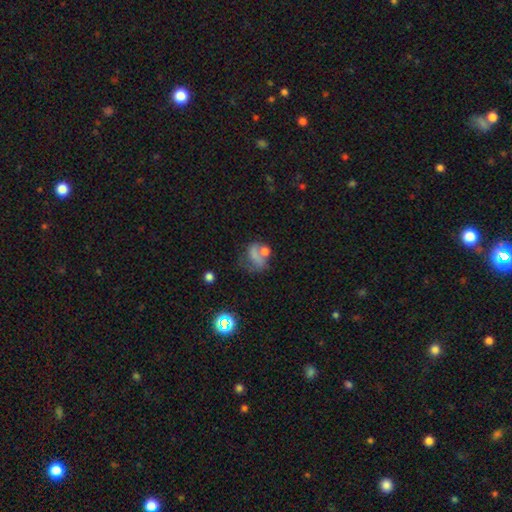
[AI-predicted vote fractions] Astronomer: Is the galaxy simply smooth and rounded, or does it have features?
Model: smooth — 56%.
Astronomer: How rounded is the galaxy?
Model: in between — 59% (runner-up: round, 39%).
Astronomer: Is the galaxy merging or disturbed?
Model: major disturbance — 31% (runner-up: none, 25%).